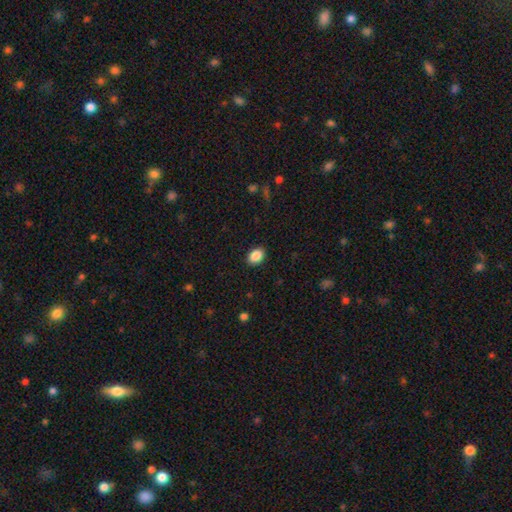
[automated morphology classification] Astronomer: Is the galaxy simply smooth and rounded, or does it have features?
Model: smooth — 88%.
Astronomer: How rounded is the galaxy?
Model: in between — 75%.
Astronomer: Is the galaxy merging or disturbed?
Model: none — 89%.